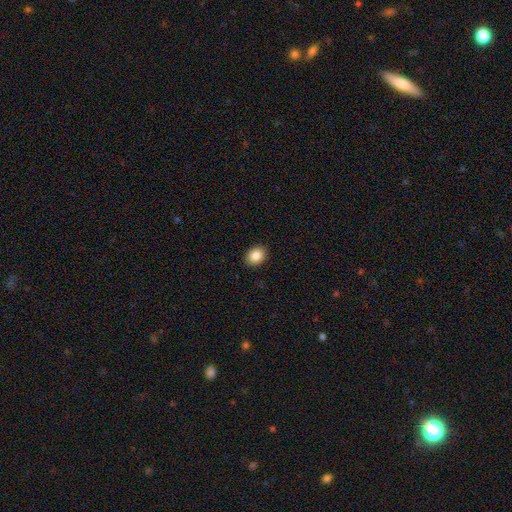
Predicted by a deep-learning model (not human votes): Smooth or featured? Predicted: smooth (p=0.86). How rounded? Predicted: in between (p=0.55). Merging? Predicted: none (p=0.90).